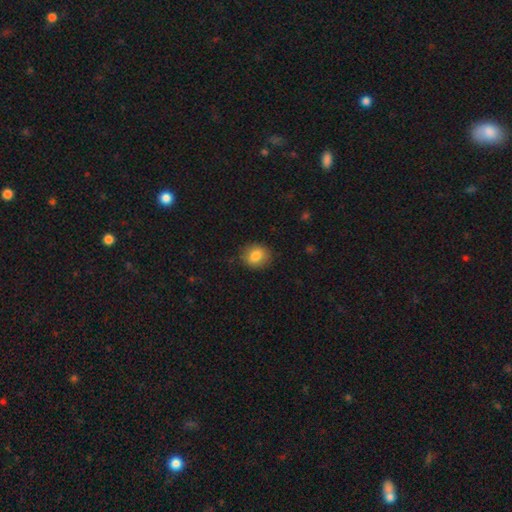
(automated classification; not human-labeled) smooth-or-featured: smooth: 83% | star or artifact: 9% | featured or disk: 8%
  how-rounded: round: 70% | in between: 29% | cigar-shaped: 1%
  merging: none: 85% | minor disturbance: 11% | major disturbance: 3% | merger: 1%